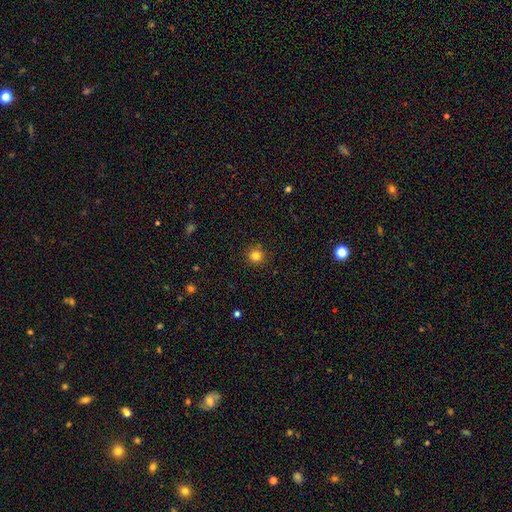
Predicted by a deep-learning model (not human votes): Morphology: type=smooth (82%); roundness=round (93%); merging=none (91%).